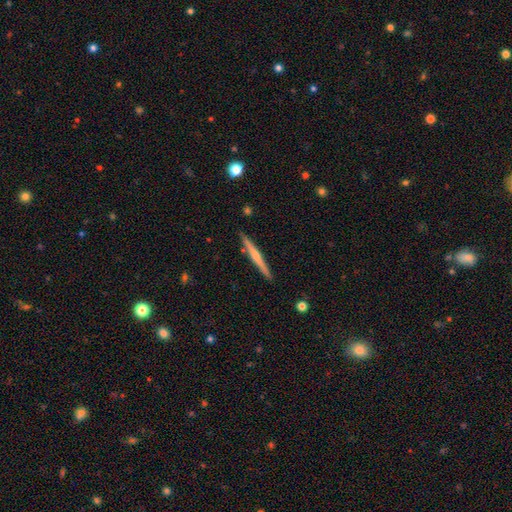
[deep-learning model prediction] This appears to be a featured or disk galaxy (52%) viewed edge-on (98%) with no central bulge (50%). Merging: none (90%).